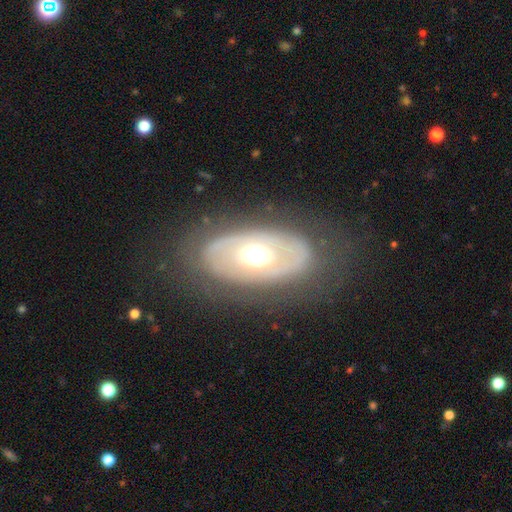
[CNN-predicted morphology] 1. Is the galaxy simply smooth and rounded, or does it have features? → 64% featured or disk, 30% smooth, 6% star or artifact.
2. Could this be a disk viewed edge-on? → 88% no, 12% yes.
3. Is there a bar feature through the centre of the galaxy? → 87% no, 9% weak, 4% strong.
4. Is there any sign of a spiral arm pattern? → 79% no, 21% yes.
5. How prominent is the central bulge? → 57% moderate, 34% large, 5% dominant, 4% small, 1% none.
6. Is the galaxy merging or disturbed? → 76% none, 14% minor disturbance, 9% major disturbance, 1% merger.